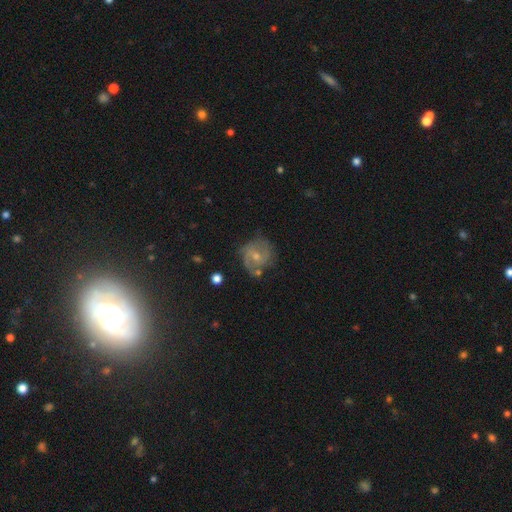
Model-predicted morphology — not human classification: featured or disk 69%, smooth 23%, star or artifact 7%. Down the decision tree: edge-on disk — no (98%); bar — no (51%); spiral arms — yes (87%); spiral arm count — 2 (62%); spiral winding — medium (48%); bulge size — small (53%); merging — none (60%).